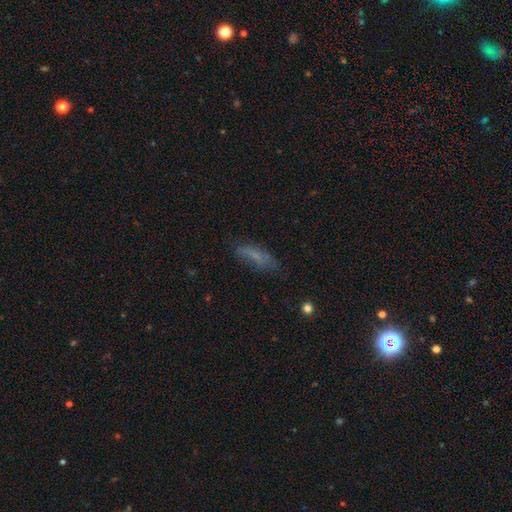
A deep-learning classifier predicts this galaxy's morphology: A smooth galaxy with no disk features (61%) that is cigar-shaped (51%). Merging: none (54%).